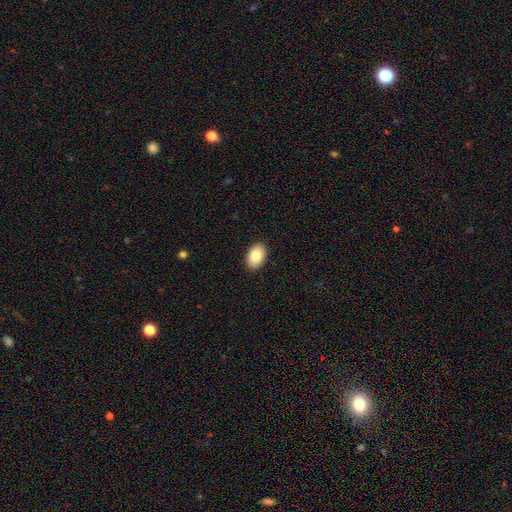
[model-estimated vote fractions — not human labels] Smooth or featured?
  - smooth: 85% *
  - featured or disk: 8%
  - star or artifact: 7%
How rounded?
  - in between: 90% *
  - round: 9%
  - cigar-shaped: 1%
Merging?
  - none: 91% *
  - minor disturbance: 7%
  - major disturbance: 2%
  - merger: 1%